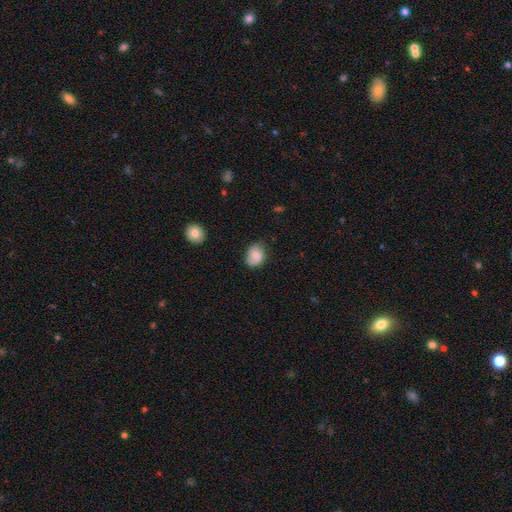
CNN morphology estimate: Smooth or featured? smooth (80%)
How rounded? in between (60%)
Merging? none (64%)